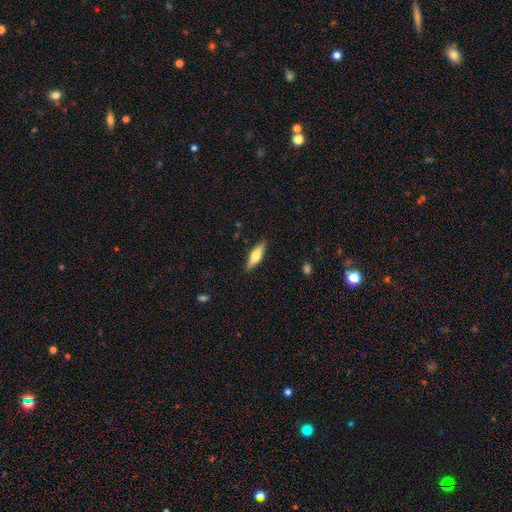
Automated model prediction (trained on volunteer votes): Morphology: type=smooth (58%); roundness=cigar-shaped (53%); merging=none (88%).